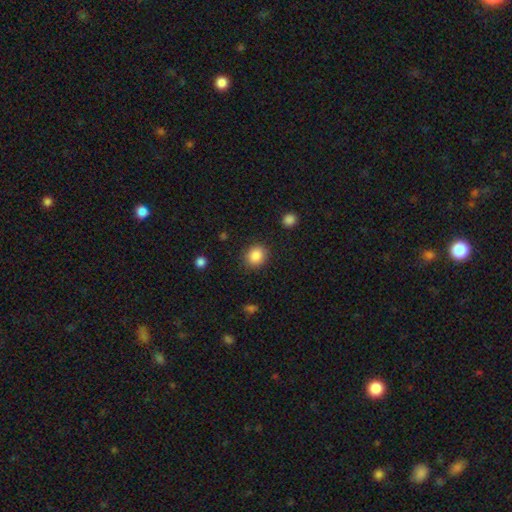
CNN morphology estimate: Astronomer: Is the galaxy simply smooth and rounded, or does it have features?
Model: smooth — 87%.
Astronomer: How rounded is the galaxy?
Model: round — 74%.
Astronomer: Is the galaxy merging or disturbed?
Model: none — 86%.